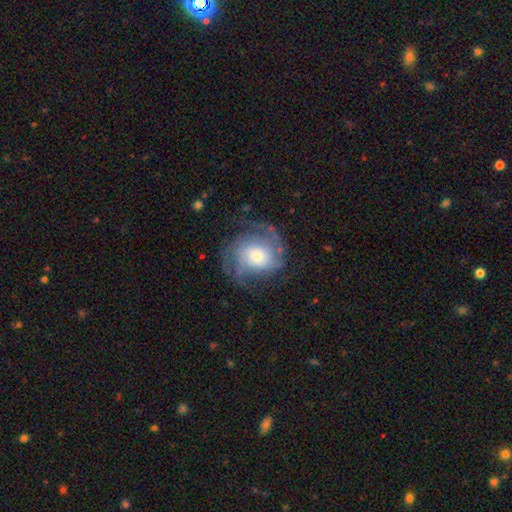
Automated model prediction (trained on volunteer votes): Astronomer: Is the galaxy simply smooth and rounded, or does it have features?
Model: featured or disk — 75%.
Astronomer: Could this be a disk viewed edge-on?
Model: no — 98%.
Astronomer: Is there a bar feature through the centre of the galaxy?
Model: no — 71%.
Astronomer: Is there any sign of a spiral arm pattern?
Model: yes — 92%.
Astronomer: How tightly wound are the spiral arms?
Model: medium — 43% (runner-up: tight, 37%).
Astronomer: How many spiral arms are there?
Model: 2 — 41% (runner-up: can't tell, 24%).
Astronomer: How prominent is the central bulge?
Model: moderate — 46% (runner-up: small, 30%).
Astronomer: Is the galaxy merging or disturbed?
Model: none — 64%.